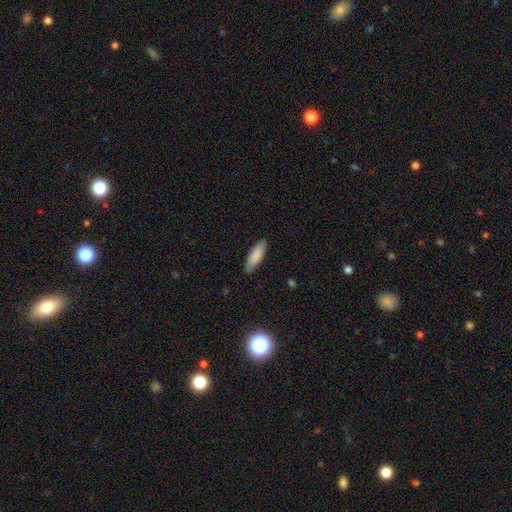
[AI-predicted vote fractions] Morphology: type=smooth (84%); roundness=in between (57%); merging=none (81%).